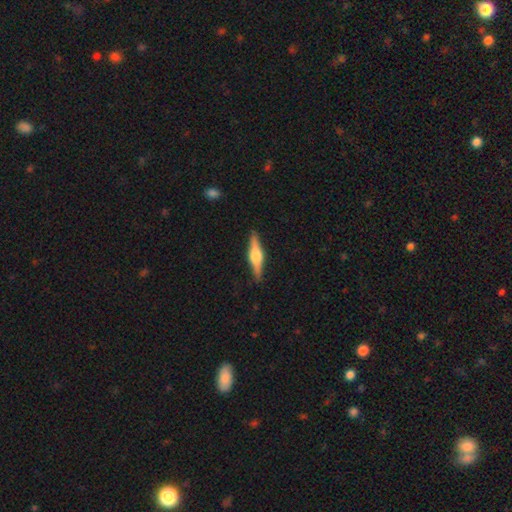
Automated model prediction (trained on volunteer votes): A featured or disk galaxy (70%) viewed edge-on (97%) with a rounded central bulge (90%). Merging: none (90%).